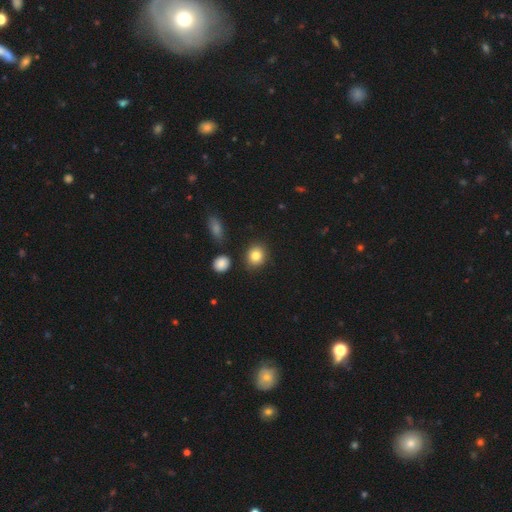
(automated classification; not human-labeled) Overall: smooth (83%). How rounded: round (69%). Merging: none (84%).